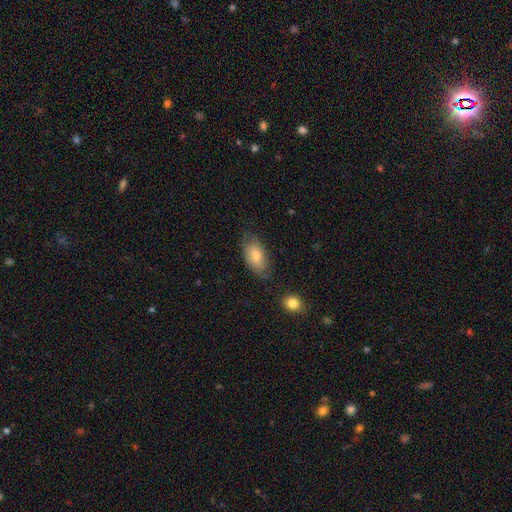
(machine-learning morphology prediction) Overall: smooth (75%). How rounded: in between (92%). Merging: none (65%; minor disturbance 26%).